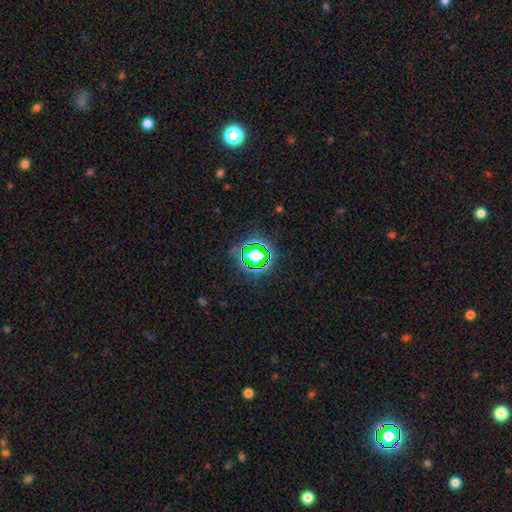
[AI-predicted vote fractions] Overall: star or artifact (70%).